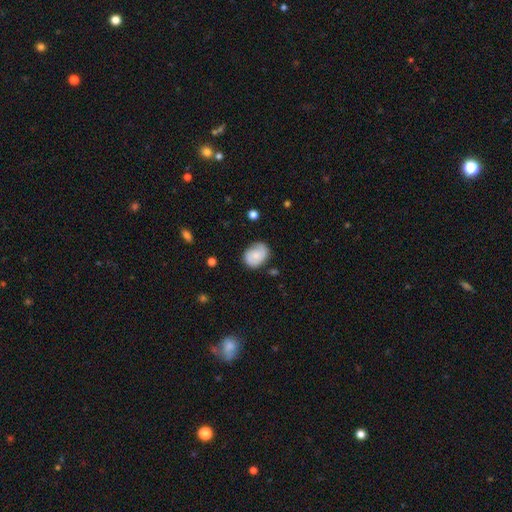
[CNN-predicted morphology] The model was most divided on "how rounded": in between: 63%, round: 36%, cigar-shaped: 1%. More confident: merging — none (68%); smooth or featured — smooth (62%).